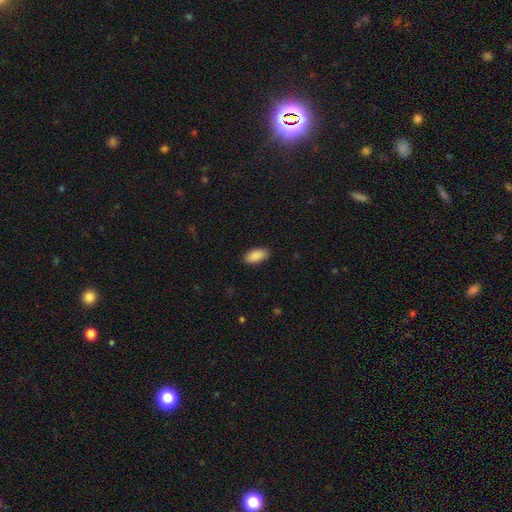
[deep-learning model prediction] smooth_or_featured: smooth (p=0.90) [alt: star or artifact p=0.06]
how_rounded: in between (p=0.93) [alt: cigar-shaped p=0.05]
merging: none (p=0.88) [alt: minor disturbance p=0.09]